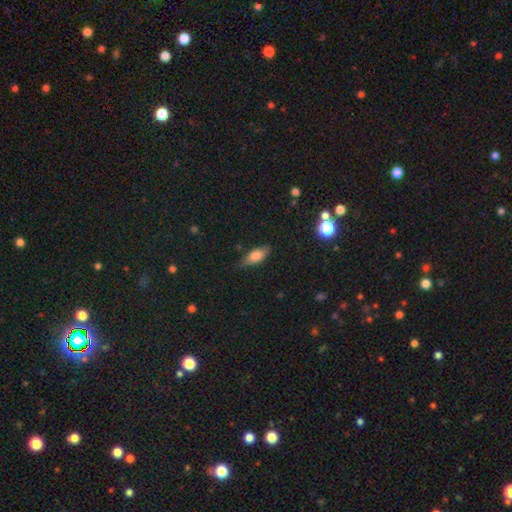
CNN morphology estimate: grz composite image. It shows a smooth galaxy with no disk features (76%) that is in between round and cigar-shaped (78%). Merging: none (71%).